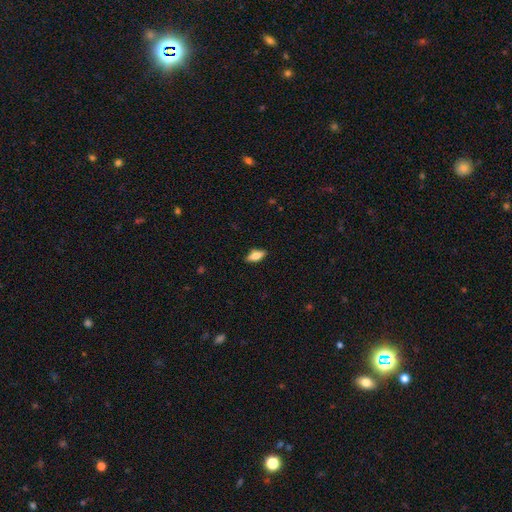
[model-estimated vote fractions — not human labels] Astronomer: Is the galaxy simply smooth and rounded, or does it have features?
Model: smooth — 71%.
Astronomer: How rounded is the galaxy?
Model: in between — 80%.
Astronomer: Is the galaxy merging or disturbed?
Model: none — 87%.